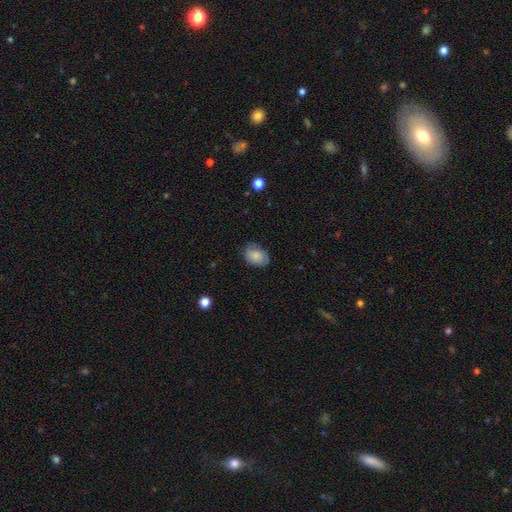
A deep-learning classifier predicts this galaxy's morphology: Smooth or featured?
  - smooth: 77% *
  - featured or disk: 16%
  - star or artifact: 7%
How rounded?
  - in between: 79% *
  - round: 20%
  - cigar-shaped: 1%
Merging?
  - none: 71% *
  - minor disturbance: 23%
  - major disturbance: 5%
  - merger: 1%